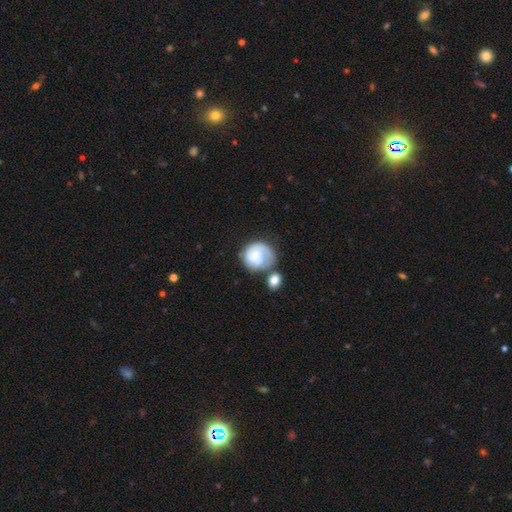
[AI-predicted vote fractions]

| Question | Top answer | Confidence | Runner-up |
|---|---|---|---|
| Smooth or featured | featured or disk | 58% | smooth (36%) |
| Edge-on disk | no | 98% | yes (2%) |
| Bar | no | 67% | weak (29%) |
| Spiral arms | yes | 85% | no (15%) |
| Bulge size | small | 50% | moderate (34%) |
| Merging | none | 45% | minor disturbance (20%) |